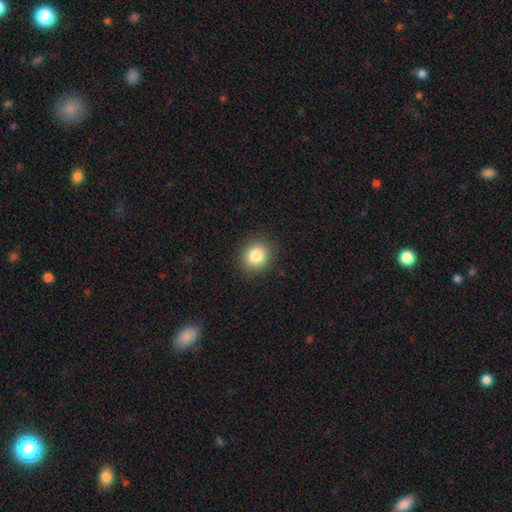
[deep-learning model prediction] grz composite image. It shows a smooth galaxy with no disk features (84%) that is round (77%). Merging: none (89%).